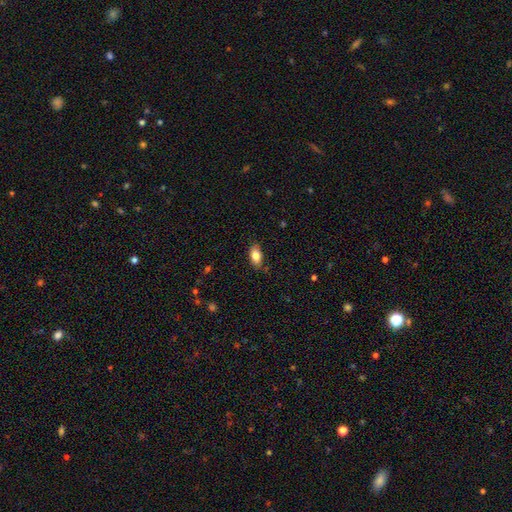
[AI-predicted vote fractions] smooth 83%, featured or disk 9%, star or artifact 8%. Down the decision tree: how rounded — in between (91%); merging — none (84%).